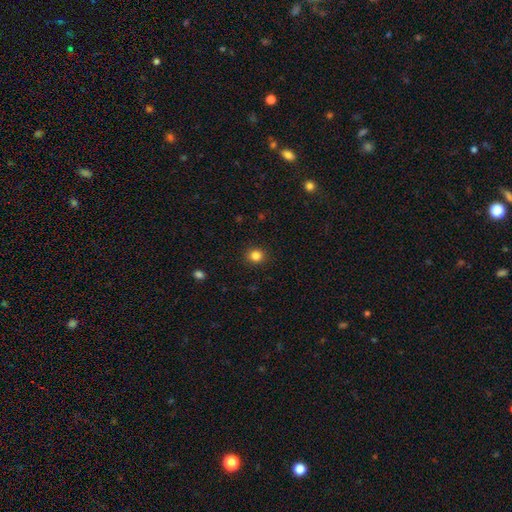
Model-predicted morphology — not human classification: Q: Smooth or featured?
A: smooth (84%); runner-up: star or artifact (12%)
Q: How rounded?
A: round (83%); runner-up: in between (16%)
Q: Merging?
A: none (91%); runner-up: minor disturbance (6%)